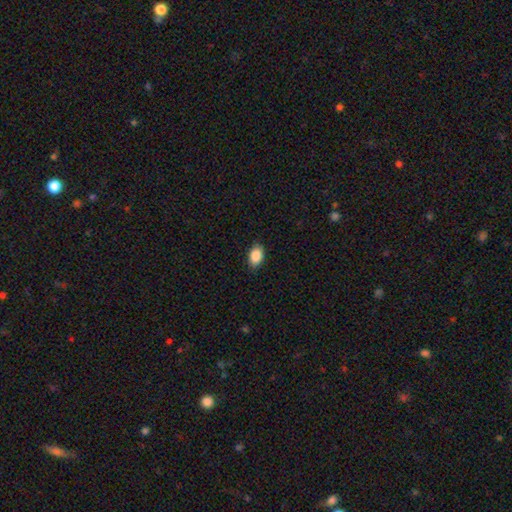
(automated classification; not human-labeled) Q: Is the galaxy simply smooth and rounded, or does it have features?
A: smooth — 88%.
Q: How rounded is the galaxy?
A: in between — 88%.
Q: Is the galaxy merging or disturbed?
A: none — 87%.